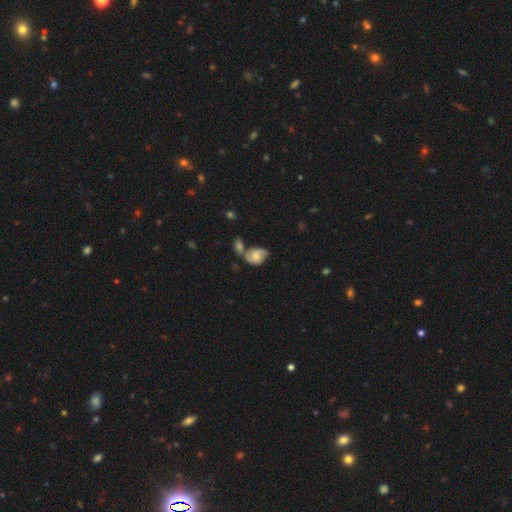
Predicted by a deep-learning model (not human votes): The model was most divided on "bulge size": moderate: 37%, small: 30%, none: 17%, large: 13%, dominant: 3%. Remaining: edge-on disk — no (97%); spiral arms — yes (89%); spiral arm count — 2 (77%); bar — no (68%); smooth or featured — featured or disk (60%); spiral winding — medium (45%); merging — merger (39%).